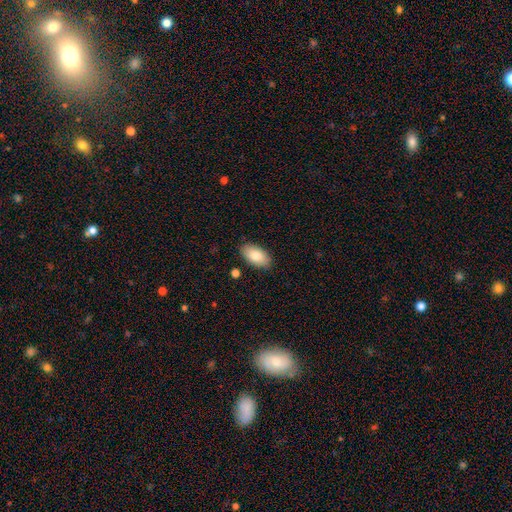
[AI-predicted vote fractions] smooth-or-featured: smooth: 83% | featured or disk: 10% | star or artifact: 6%
  how-rounded: in between: 94% | round: 3% | cigar-shaped: 3%
  merging: none: 87% | minor disturbance: 9% | major disturbance: 2% | merger: 2%